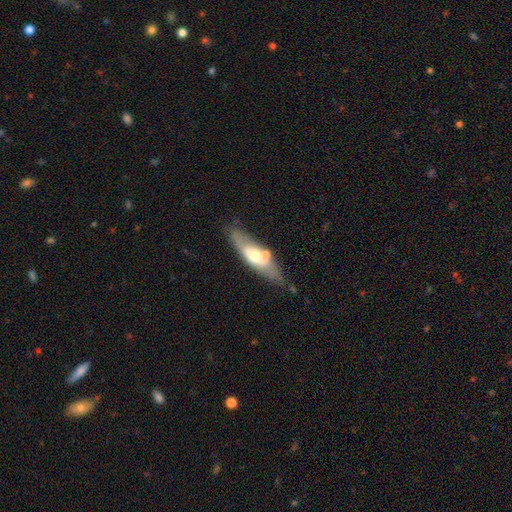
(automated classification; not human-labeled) Overall: featured or disk (50%; smooth 44%). Merging: none (64%).